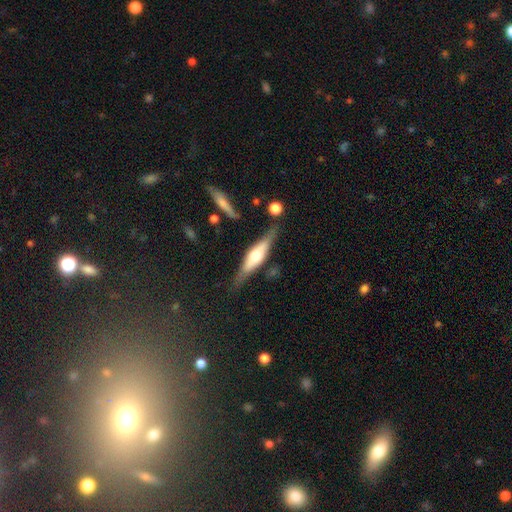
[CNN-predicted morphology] A featured or disk galaxy (66%) viewed edge-on (94%) with a rounded central bulge (85%). Merging: none (79%).